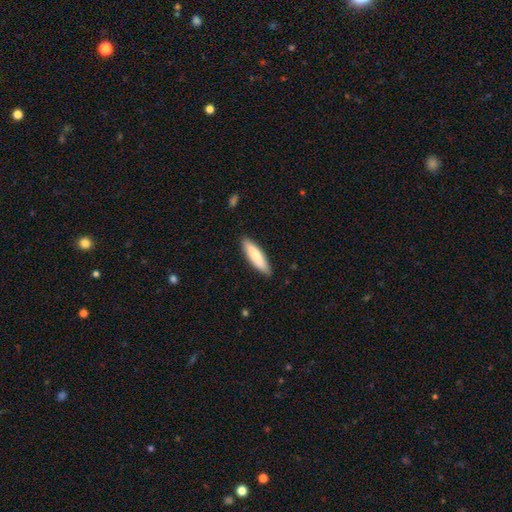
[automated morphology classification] Smooth or featured?
  - smooth: 76% *
  - featured or disk: 19%
  - star or artifact: 5%
How rounded?
  - cigar-shaped: 69% *
  - in between: 29%
  - round: 1%
Merging?
  - none: 88% *
  - minor disturbance: 9%
  - major disturbance: 2%
  - merger: 1%